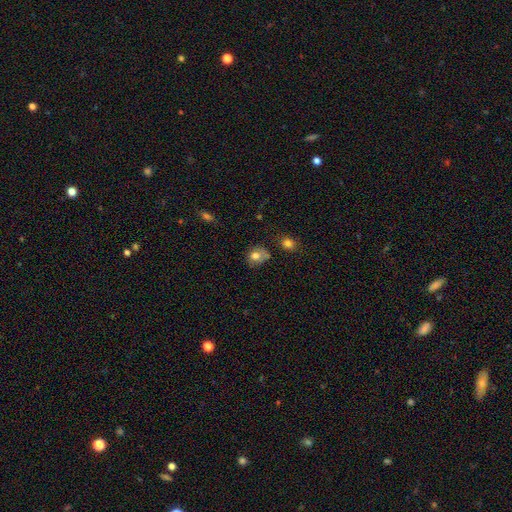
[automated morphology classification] A smooth galaxy with no disk features (74%) that is round (65%). Merging: none (51%).